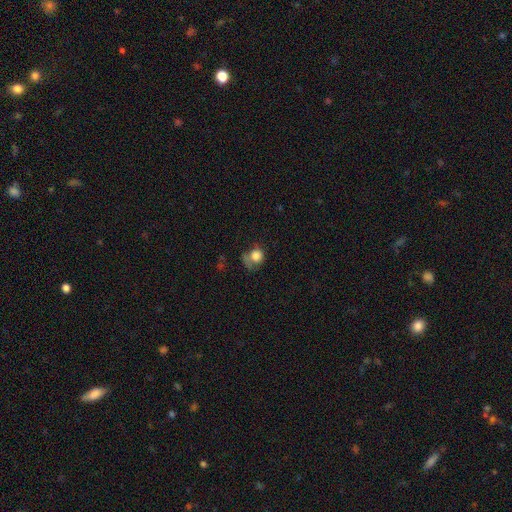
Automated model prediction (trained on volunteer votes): Q: Smooth or featured?
A: smooth (76%); runner-up: featured or disk (14%)
Q: How rounded?
A: round (69%); runner-up: in between (30%)
Q: Merging?
A: none (35%); runner-up: major disturbance (33%)